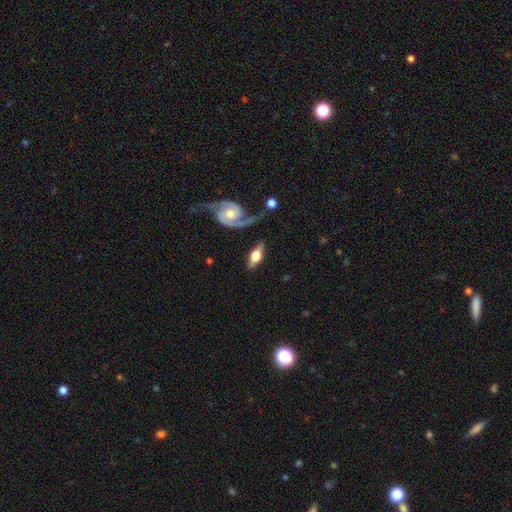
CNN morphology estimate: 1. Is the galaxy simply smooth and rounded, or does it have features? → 55% featured or disk, 40% smooth, 5% star or artifact.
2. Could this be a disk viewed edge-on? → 51% no, 49% yes.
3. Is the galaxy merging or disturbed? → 67% none, 18% minor disturbance, 8% merger, 8% major disturbance.